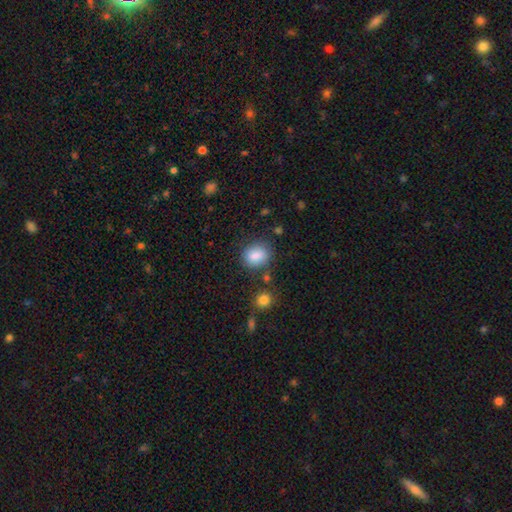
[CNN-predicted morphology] The model was most divided on "how rounded": round: 50%, in between: 48%, cigar-shaped: 1%. More confident: smooth or featured — smooth (85%); merging — none (74%).